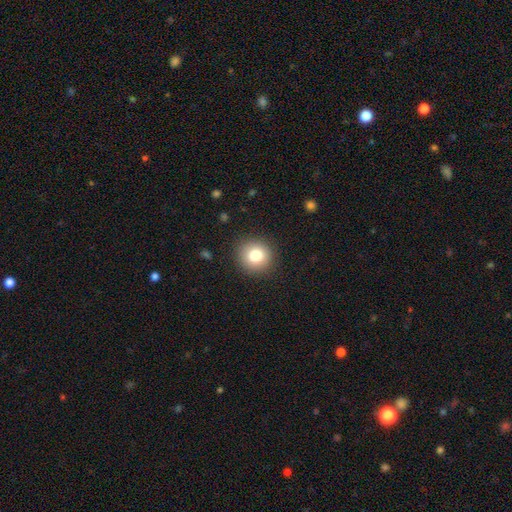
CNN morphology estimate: smooth-or-featured: smooth: 81% | star or artifact: 11% | featured or disk: 8%
  how-rounded: round: 91% | in between: 8% | cigar-shaped: 1%
  merging: none: 90% | minor disturbance: 7% | major disturbance: 2% | merger: 1%